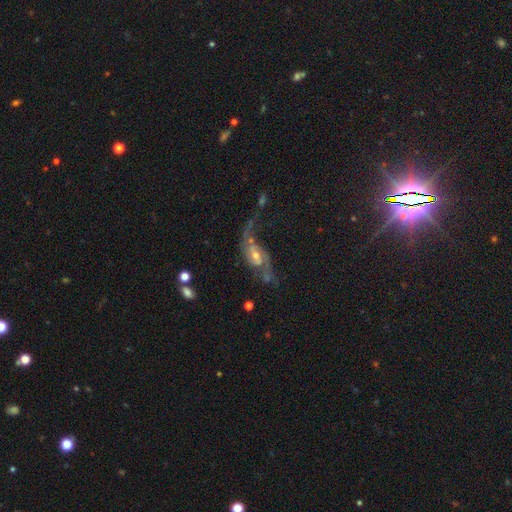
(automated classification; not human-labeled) Smooth or featured?
  - featured or disk: 84% *
  - smooth: 8%
  - star or artifact: 7%
Edge-on disk?
  - no: 95% *
  - yes: 5%
Bar?
  - no: 44% *
  - weak: 42%
  - strong: 14%
Spiral arms?
  - yes: 93% *
  - no: 7%
Spiral winding?
  - loose: 68% *
  - medium: 24%
  - tight: 8%
Spiral arm count?
  - 2: 87% *
  - can't tell: 4%
  - 1: 4%
  - 3: 2%
  - 4: 1%
  - more than 4: 1%
Bulge size?
  - moderate: 53% *
  - small: 40%
  - large: 3%
  - none: 2%
  - dominant: 1%
Merging?
  - none: 47% *
  - major disturbance: 27%
  - minor disturbance: 18%
  - merger: 7%